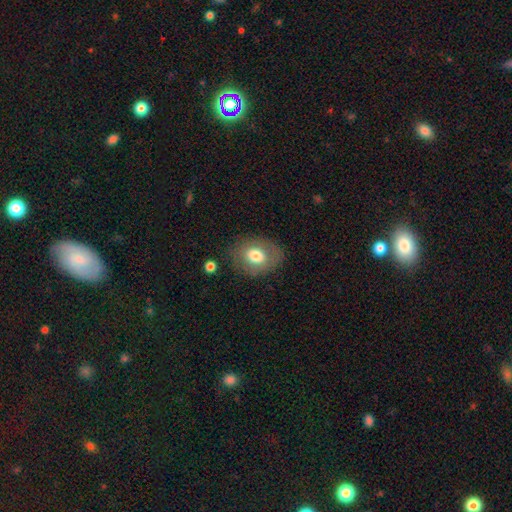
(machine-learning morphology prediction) This is likely a smooth galaxy (71%). How rounded: possibly in between (58%). Merging: likely none (78%).